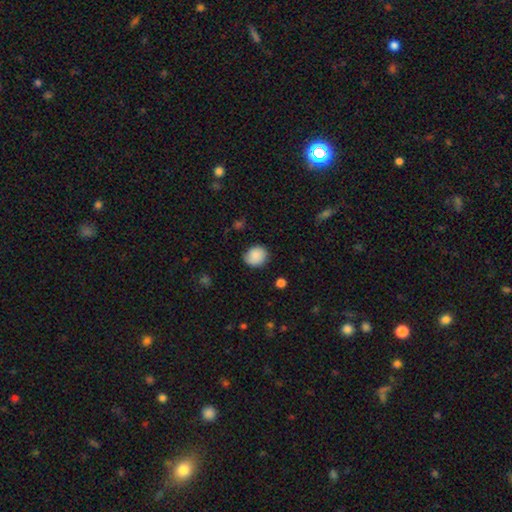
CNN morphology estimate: Smooth or featured?
  - smooth: 88% *
  - star or artifact: 8%
  - featured or disk: 4%
How rounded?
  - round: 71% *
  - in between: 28%
  - cigar-shaped: 1%
Merging?
  - none: 79% *
  - minor disturbance: 16%
  - major disturbance: 3%
  - merger: 1%